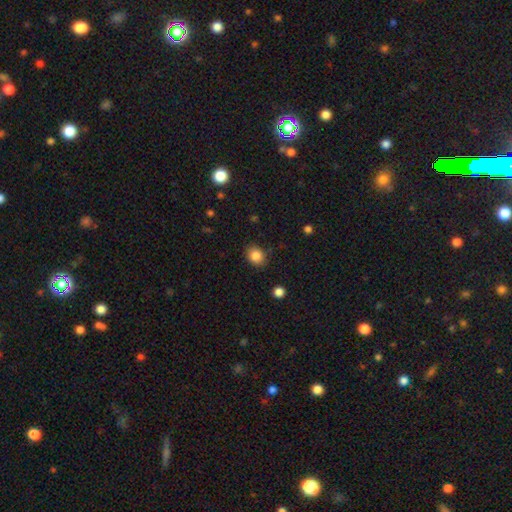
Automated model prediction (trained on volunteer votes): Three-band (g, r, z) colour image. It shows a smooth galaxy with no disk features (85%) that is round (66%). Merging: none (86%).